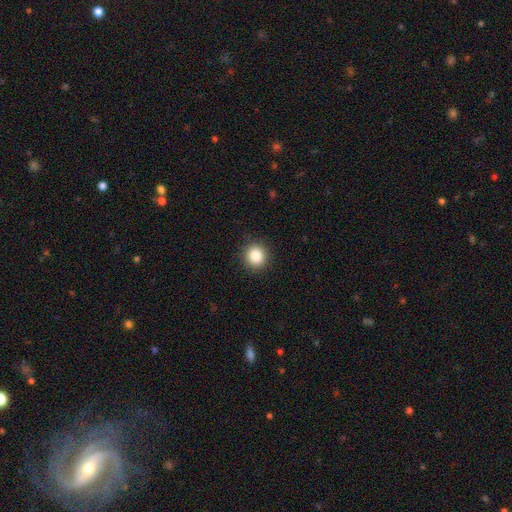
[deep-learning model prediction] Q: Smooth or featured?
A: smooth (86%); runner-up: star or artifact (10%)
Q: How rounded?
A: round (88%); runner-up: in between (11%)
Q: Merging?
A: none (90%); runner-up: minor disturbance (6%)